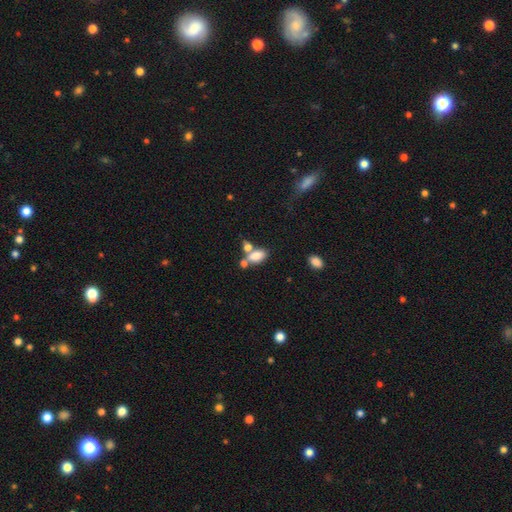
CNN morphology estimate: Overall: smooth (77%). How rounded: in between (89%). Merging: none (43%; merger 40%).